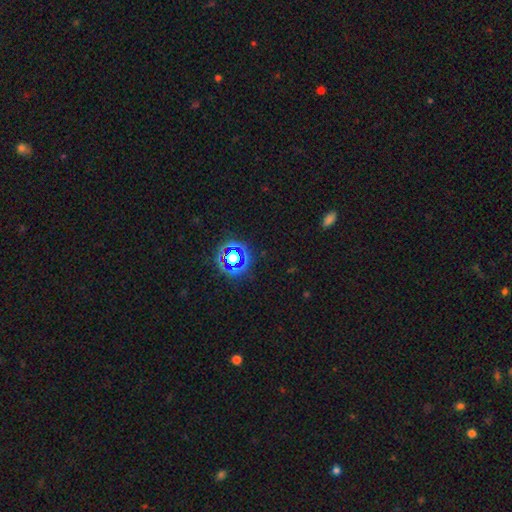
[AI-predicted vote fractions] Smooth or featured: star or artifact — 70% (smooth — 23%)